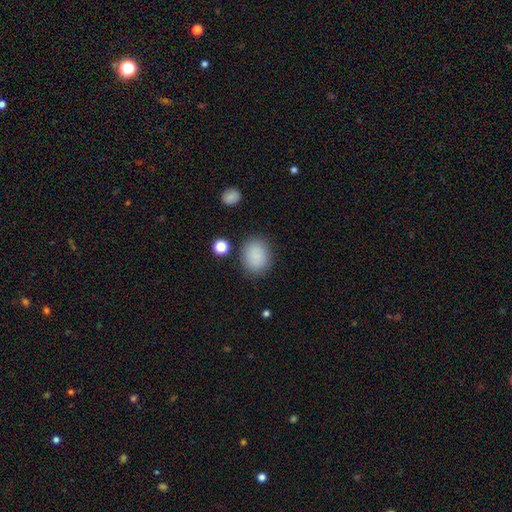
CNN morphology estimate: Overall: smooth (87%). How rounded: round (56%; in between 43%). Merging: none (84%).